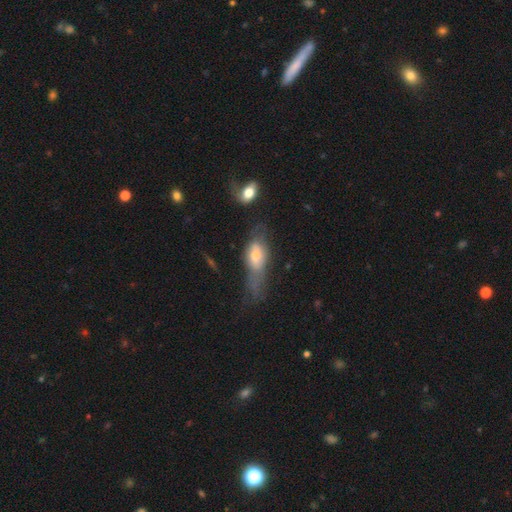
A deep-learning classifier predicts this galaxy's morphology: Overall: smooth (55%; featured or disk 36%). How rounded: in between (73%). Merging: major disturbance (38%; minor disturbance 27%).